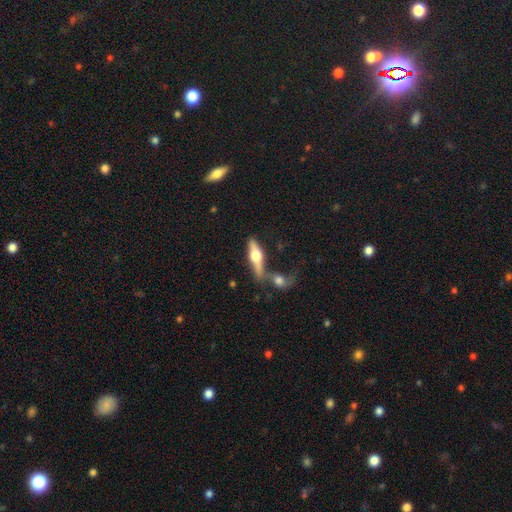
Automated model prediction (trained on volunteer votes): Smooth or featured: featured or disk — 60% (smooth — 34%)
Edge-on disk: yes — 90% (no — 10%)
Edge-on bulge: rounded — 95% (boxy — 3%)
Merging: none — 47% (merger — 33%)